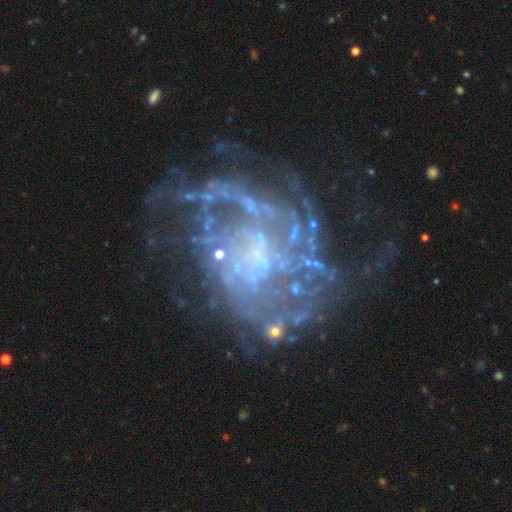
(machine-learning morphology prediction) Smooth or featured?
  - featured or disk: 85% *
  - star or artifact: 9%
  - smooth: 6%
Edge-on disk?
  - no: 98% *
  - yes: 2%
Bar?
  - no: 65% *
  - weak: 27%
  - strong: 8%
Spiral arms?
  - yes: 83% *
  - no: 17%
Spiral winding?
  - tight: 42% *
  - medium: 38%
  - loose: 20%
Spiral arm count?
  - can't tell: 40% *
  - 2: 18%
  - 3: 15%
  - 4: 10%
  - more than 4: 9%
  - 1: 8%
Bulge size?
  - none: 52% *
  - small: 30%
  - moderate: 13%
  - large: 4%
  - dominant: 1%
Merging?
  - none: 51% *
  - major disturbance: 27%
  - minor disturbance: 18%
  - merger: 4%